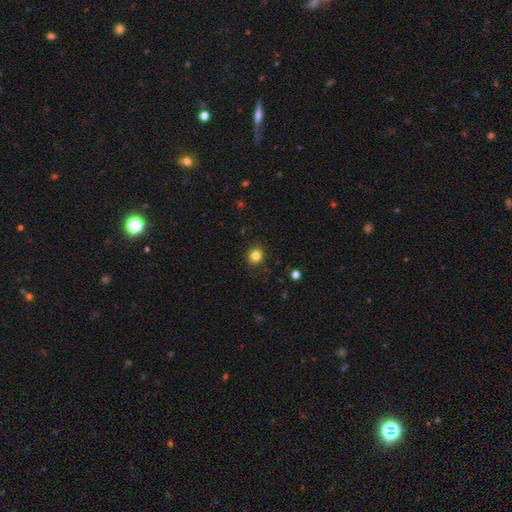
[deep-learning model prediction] smooth 82%, star or artifact 12%, featured or disk 5%. Down the decision tree: how rounded — round (85%); merging — none (89%).